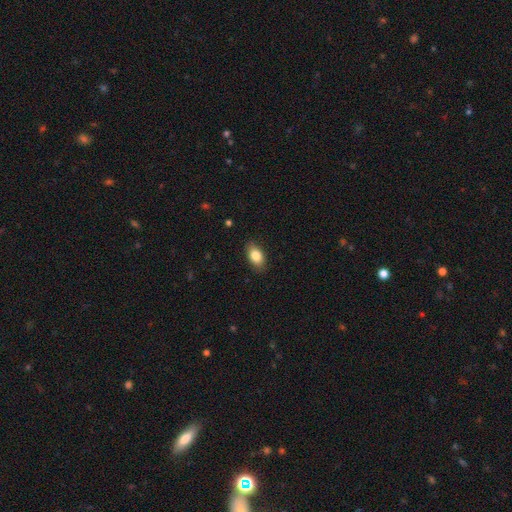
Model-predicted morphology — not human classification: Smooth or featured?
  - smooth: 84% *
  - featured or disk: 9%
  - star or artifact: 7%
How rounded?
  - in between: 90% *
  - round: 8%
  - cigar-shaped: 3%
Merging?
  - none: 86% *
  - minor disturbance: 11%
  - major disturbance: 2%
  - merger: 1%